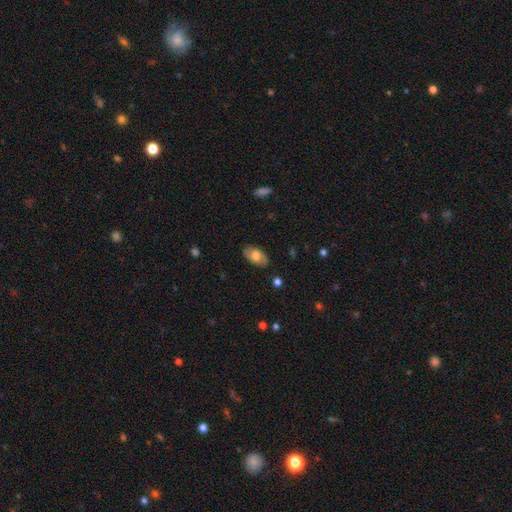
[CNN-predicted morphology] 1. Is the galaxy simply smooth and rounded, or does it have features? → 62% smooth, 32% featured or disk, 7% star or artifact.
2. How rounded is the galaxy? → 92% in between, 6% round, 2% cigar-shaped.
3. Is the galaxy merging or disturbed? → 83% none, 13% minor disturbance, 3% major disturbance, 1% merger.